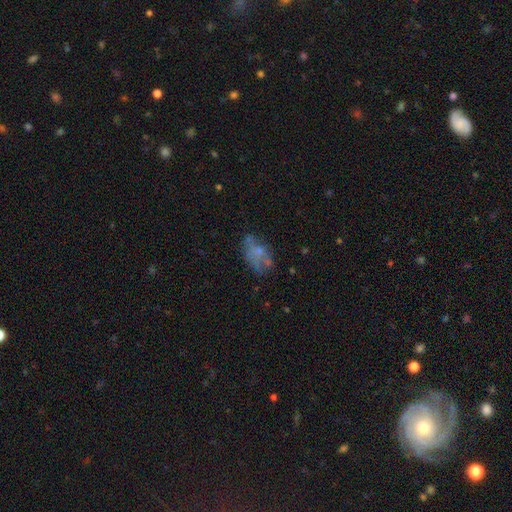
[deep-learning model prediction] A featured or disk galaxy (42%). Merging: none (59%).